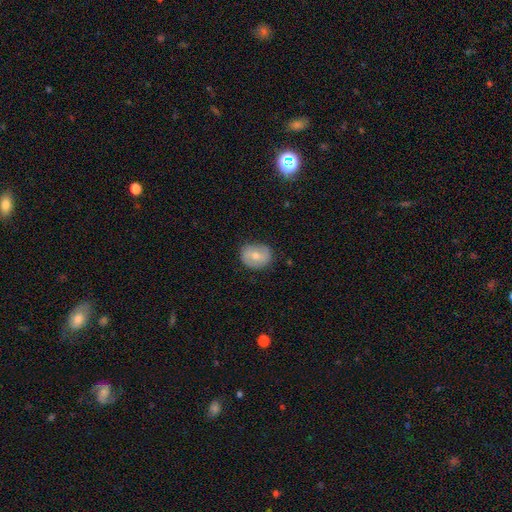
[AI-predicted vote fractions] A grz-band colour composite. It shows a smooth galaxy with no disk features (56%) that is round (62%). Merging: none (80%).